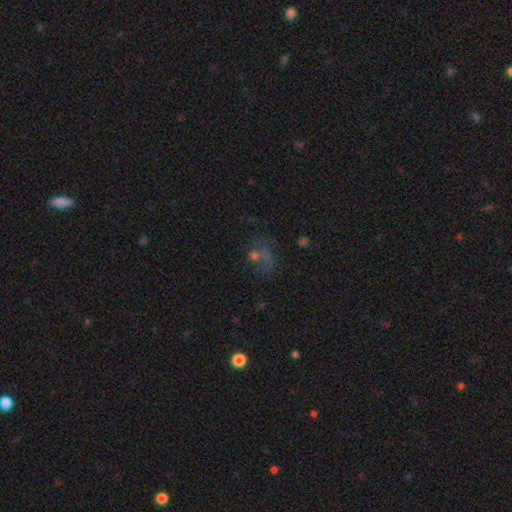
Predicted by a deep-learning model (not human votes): Smooth or featured: smooth — 42% (star or artifact — 32%)
Merging: none — 37% (major disturbance — 31%)